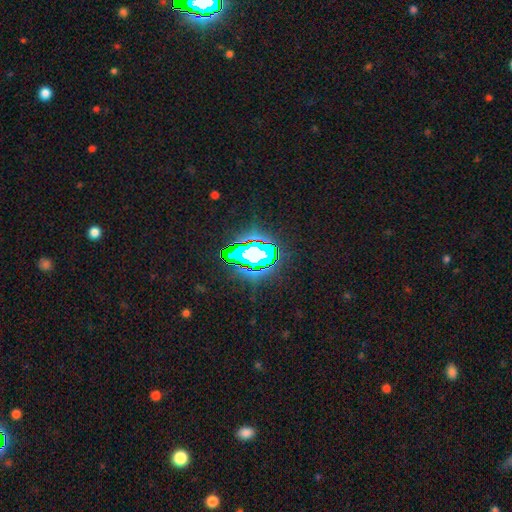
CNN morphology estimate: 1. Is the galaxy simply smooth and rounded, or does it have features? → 65% star or artifact, 19% smooth, 16% featured or disk.